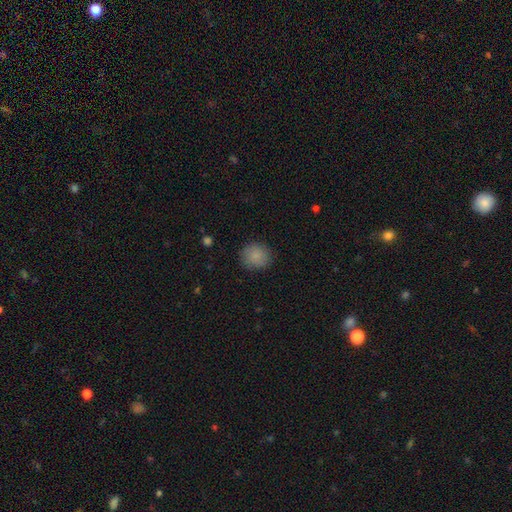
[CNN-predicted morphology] smooth-or-featured: smooth: 86% | star or artifact: 8% | featured or disk: 5%
  how-rounded: round: 88% | in between: 11% | cigar-shaped: 1%
  merging: none: 87% | minor disturbance: 9% | major disturbance: 3% | merger: 1%